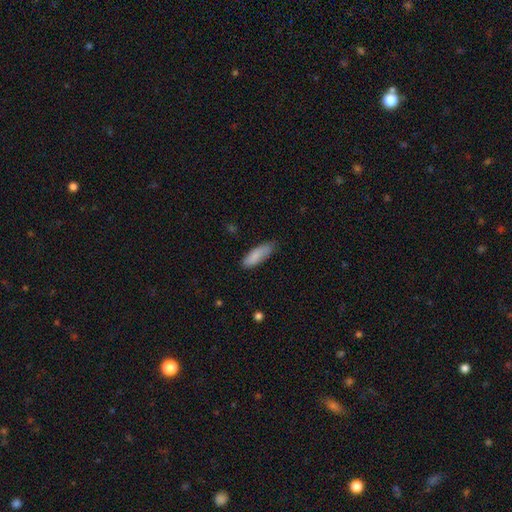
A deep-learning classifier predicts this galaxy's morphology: Smooth or featured?
  - smooth: 86% *
  - featured or disk: 8%
  - star or artifact: 6%
How rounded?
  - in between: 63% *
  - cigar-shaped: 36%
  - round: 2%
Merging?
  - none: 68% *
  - minor disturbance: 26%
  - major disturbance: 5%
  - merger: 2%